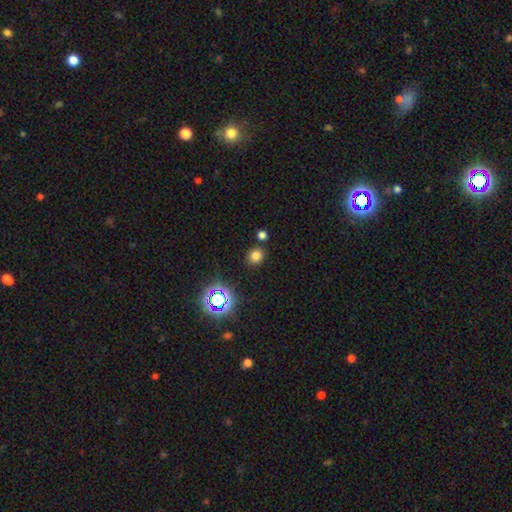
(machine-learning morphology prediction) This is likely a smooth galaxy (74%). How rounded: likely round (72%). Merging: clearly none (82%).